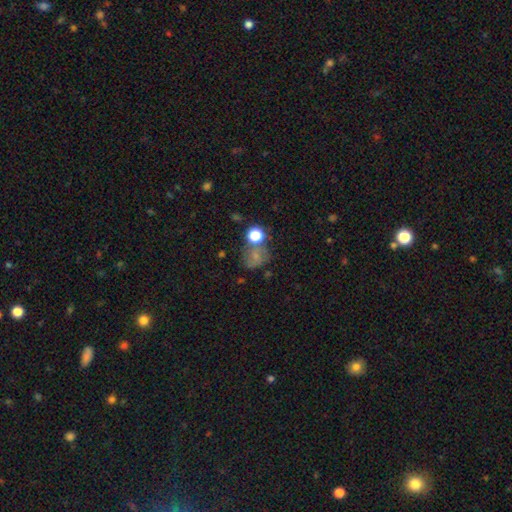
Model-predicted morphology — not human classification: A smooth galaxy with no disk features (61%) that is round (65%). Merging: none (47%).